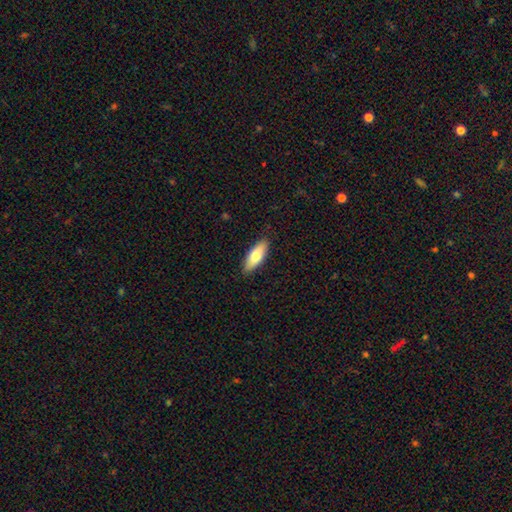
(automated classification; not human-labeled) A smooth galaxy with no disk features (73%) that is in between round and cigar-shaped (69%). Merging: none (89%).